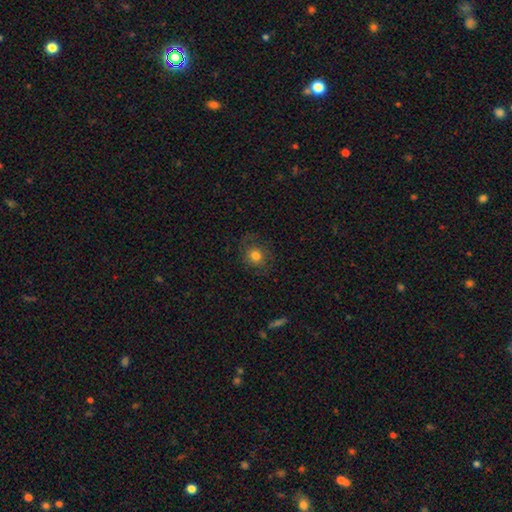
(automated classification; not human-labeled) Morphology: type=smooth (76%); roundness=round (79%); merging=none (78%).